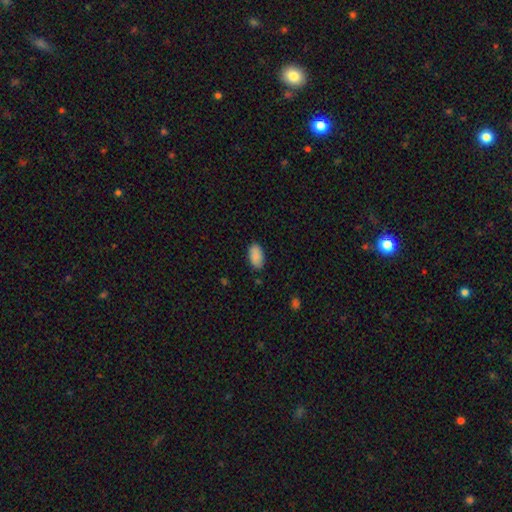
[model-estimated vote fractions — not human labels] Smooth or featured? smooth (88%)
How rounded? in between (94%)
Merging? none (84%)